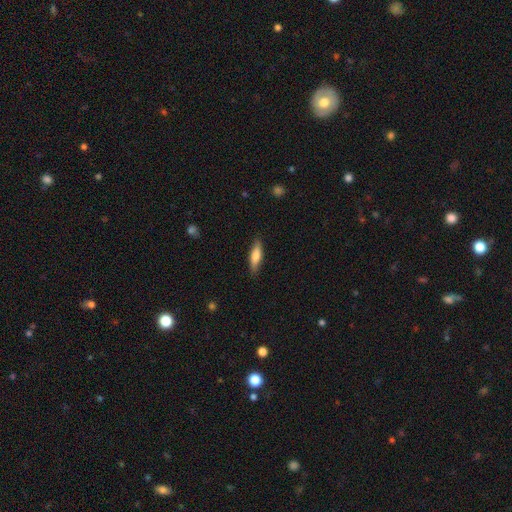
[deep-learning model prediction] smooth_or_featured: smooth (p=0.72) [alt: featured or disk p=0.22]
how_rounded: cigar-shaped (p=0.60) [alt: in between p=0.38]
merging: none (p=0.85) [alt: minor disturbance p=0.11]